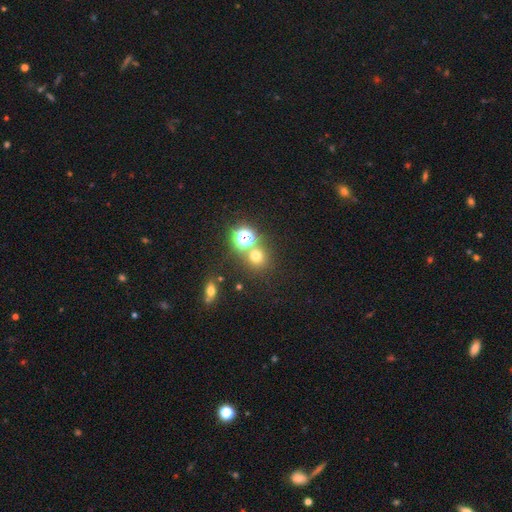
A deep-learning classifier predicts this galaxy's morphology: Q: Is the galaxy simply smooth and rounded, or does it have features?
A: smooth — 62%.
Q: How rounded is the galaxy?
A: round — 88%.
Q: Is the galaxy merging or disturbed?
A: none — 70%.